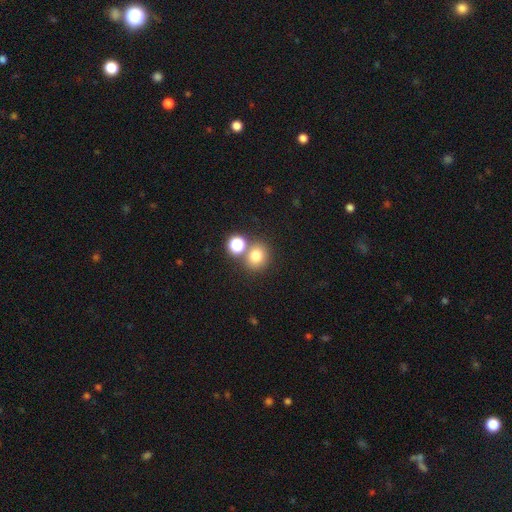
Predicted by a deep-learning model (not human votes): Overall: smooth (76%). How rounded: round (80%). Merging: none (67%).